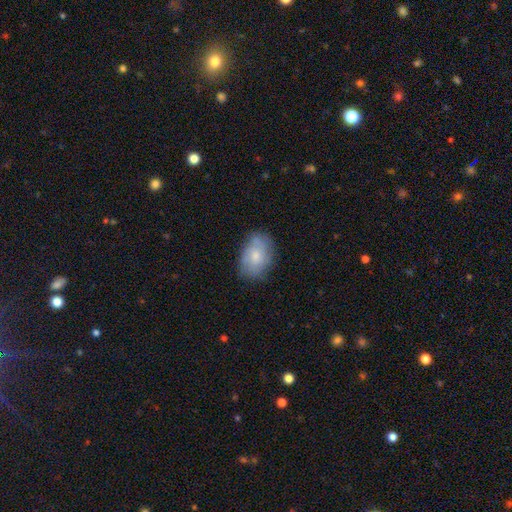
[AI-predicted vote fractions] smooth-or-featured: smooth: 63% | featured or disk: 29% | star or artifact: 7%
  how-rounded: in between: 83% | round: 16% | cigar-shaped: 1%
  merging: none: 68% | minor disturbance: 23% | major disturbance: 6% | merger: 2%